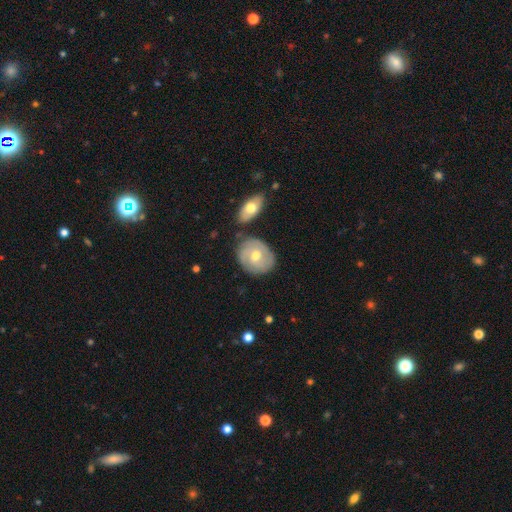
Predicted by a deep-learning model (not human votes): The model was most divided on "smooth or featured": featured or disk: 62%, smooth: 32%, star or artifact: 6%. More confident: edge-on disk — no (95%); spiral arms — yes (76%); merging — none (70%); bulge size — moderate (70%); bar — no (69%).